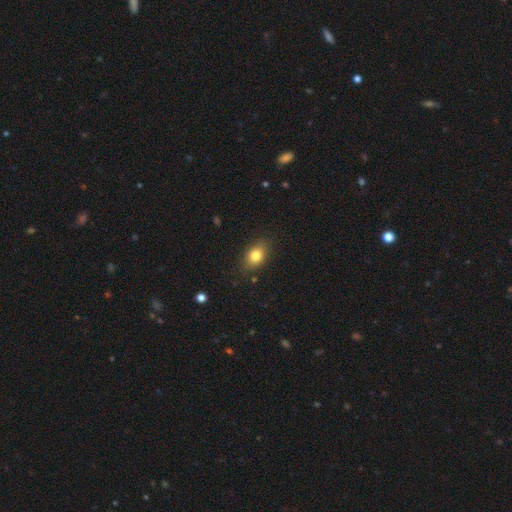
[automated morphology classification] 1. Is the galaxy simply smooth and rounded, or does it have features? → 80% smooth, 11% featured or disk, 9% star or artifact.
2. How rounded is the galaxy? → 75% in between, 22% round, 3% cigar-shaped.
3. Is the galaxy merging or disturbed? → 82% none, 14% minor disturbance, 3% major disturbance, 1% merger.